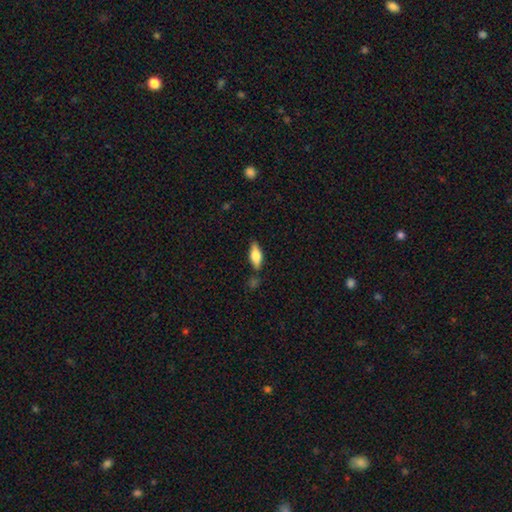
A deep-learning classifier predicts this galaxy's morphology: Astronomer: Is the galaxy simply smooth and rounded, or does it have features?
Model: smooth — 62%.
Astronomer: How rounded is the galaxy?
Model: in between — 69%.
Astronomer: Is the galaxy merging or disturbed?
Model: none — 78%.